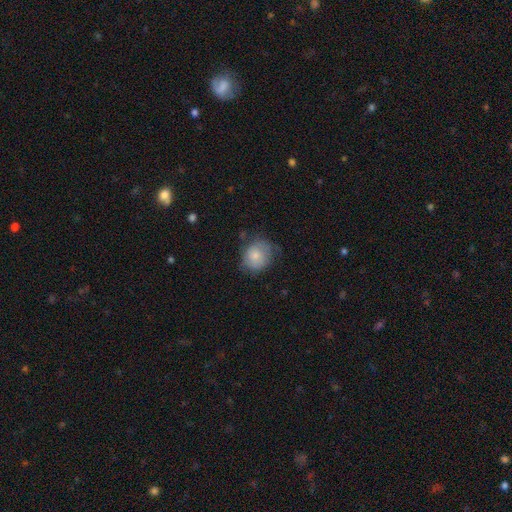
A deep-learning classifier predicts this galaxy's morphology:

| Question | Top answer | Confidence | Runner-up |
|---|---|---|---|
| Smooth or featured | smooth | 75% | featured or disk (17%) |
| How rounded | round | 71% | in between (28%) |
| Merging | none | 59% | minor disturbance (30%) |